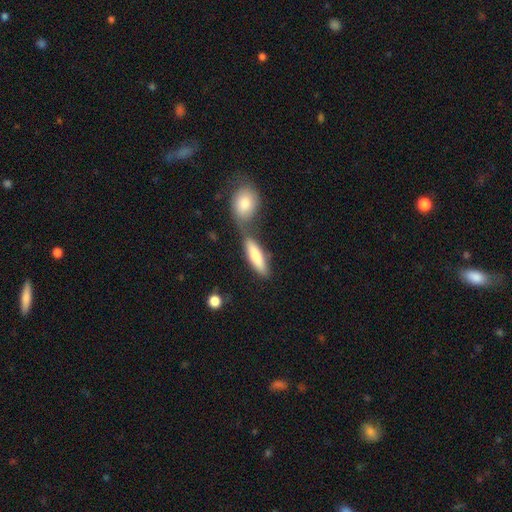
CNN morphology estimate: type=smooth (77%); roundness=cigar-shaped (54%); merging=none (50%).